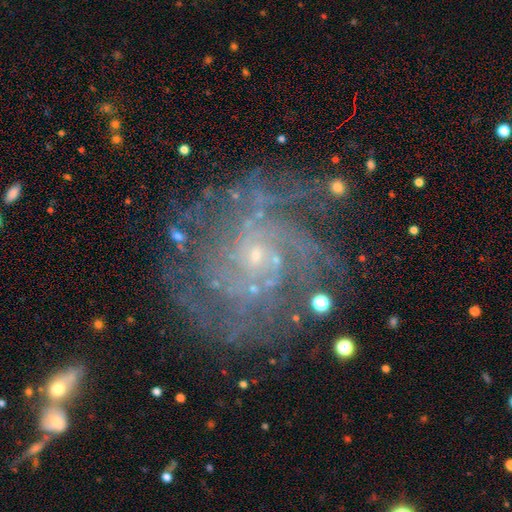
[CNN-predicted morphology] A featured or disk galaxy (86%) with no bar (72%), tight (58%) spiral arms (96%) and a small central bulge (84%).

Vote fractions:
- Smooth or featured? featured or disk: 86% / star or artifact: 9% / smooth: 5%
- Edge-on disk? no: 98% / yes: 2%
- Bar? no: 72% / weak: 22% / strong: 6%
- Spiral arms? yes: 96% / no: 4%
- Spiral winding? tight: 58% / medium: 34% / loose: 8%
- Spiral arm count? can't tell: 24% / 4: 22% / 3: 17% / more than 4: 16% / 2: 13% / 1: 9%
- Bulge size? small: 84% / moderate: 9% / none: 5% / large: 1% / dominant: 1%
- Merging? none: 72% / minor disturbance: 16% / major disturbance: 10% / merger: 2%